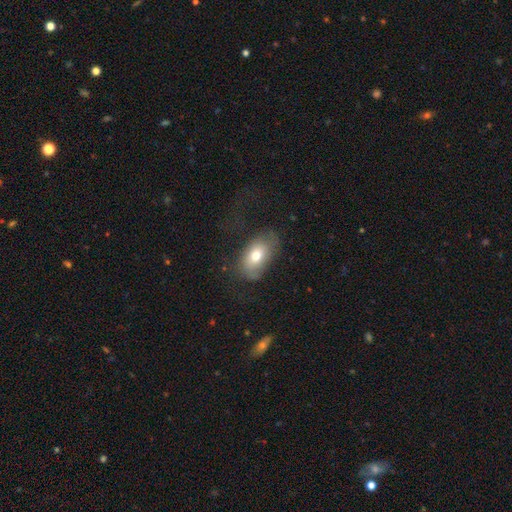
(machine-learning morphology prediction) Q: Smooth or featured?
A: smooth (70%); runner-up: featured or disk (21%)
Q: How rounded?
A: in between (89%); runner-up: round (9%)
Q: Merging?
A: none (55%); runner-up: minor disturbance (24%)